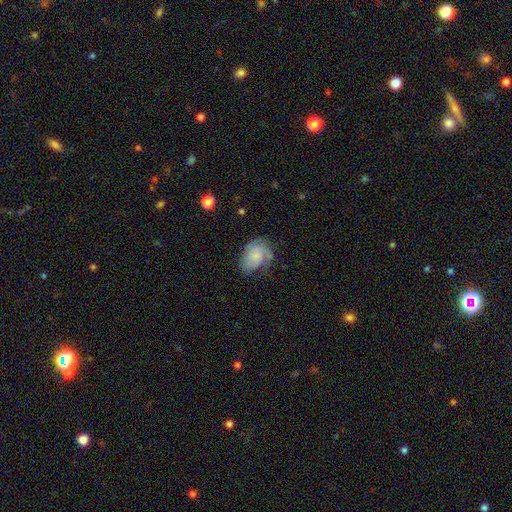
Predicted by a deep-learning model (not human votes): smooth_or_featured: smooth (p=0.67) [alt: featured or disk p=0.25]
how_rounded: in between (p=0.67) [alt: round p=0.32]
merging: none (p=0.50) [alt: minor disturbance p=0.32]